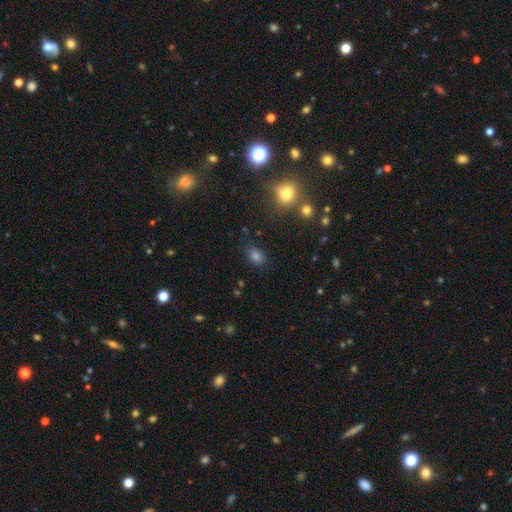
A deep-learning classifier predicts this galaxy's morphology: This appears to be a smooth galaxy with no disk features (74%) that is in between round and cigar-shaped (61%). Merging: none (81%).